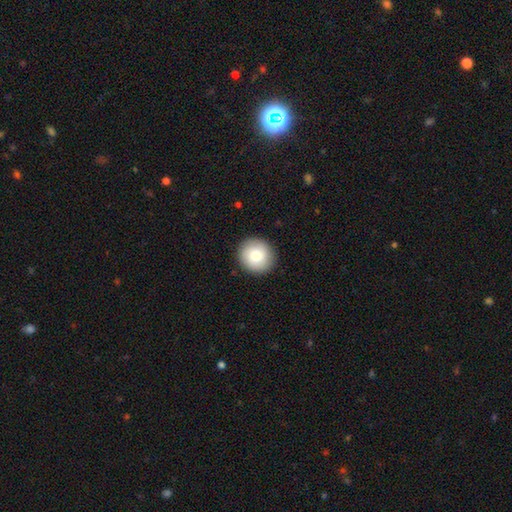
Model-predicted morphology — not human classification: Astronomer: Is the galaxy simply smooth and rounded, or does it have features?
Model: smooth — 82%.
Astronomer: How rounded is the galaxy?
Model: round — 91%.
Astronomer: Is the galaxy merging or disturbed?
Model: none — 91%.